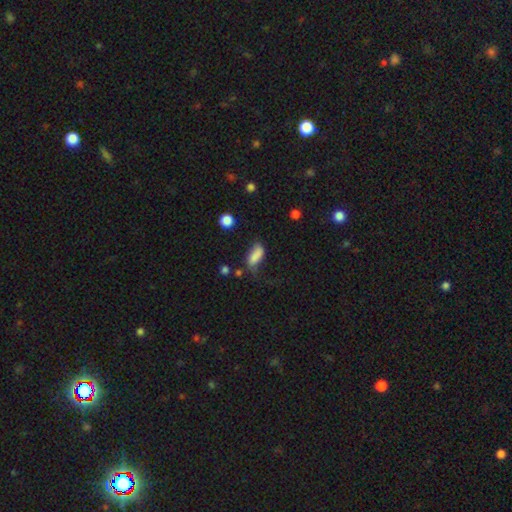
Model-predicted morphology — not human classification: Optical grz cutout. It shows a smooth galaxy with no disk features (77%) that is in between round and cigar-shaped (78%). Merging: none (41%).